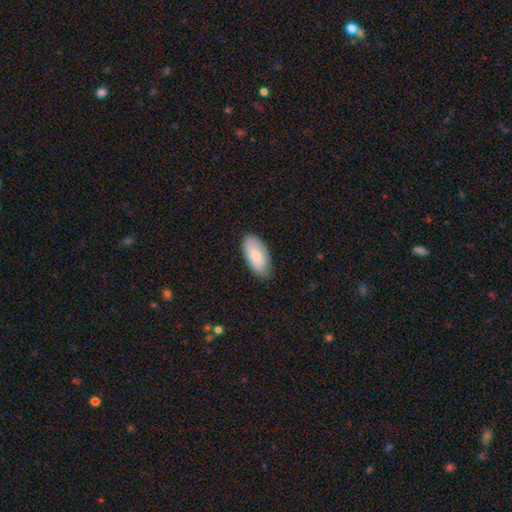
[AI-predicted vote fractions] A smooth galaxy with no disk features (81%) that is in between round and cigar-shaped (93%).

Vote fractions:
- Smooth or featured? smooth: 81% / featured or disk: 13% / star or artifact: 6%
- How rounded? in between: 93% / cigar-shaped: 5% / round: 2%
- Merging? none: 81% / minor disturbance: 15% / major disturbance: 3% / merger: 1%